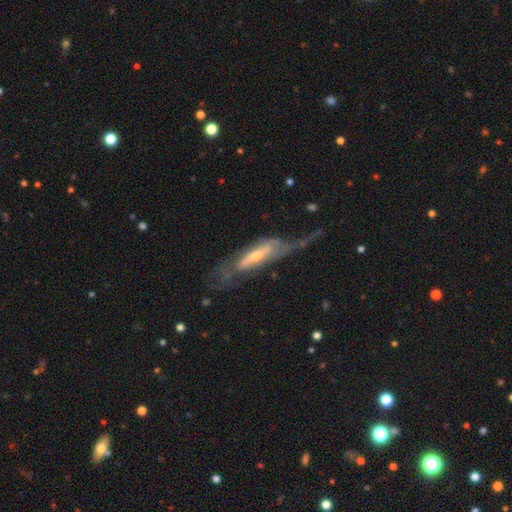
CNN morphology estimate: Smooth or featured? featured or disk (69%)
Edge-on disk? no (63%)
Merging? major disturbance (44%)